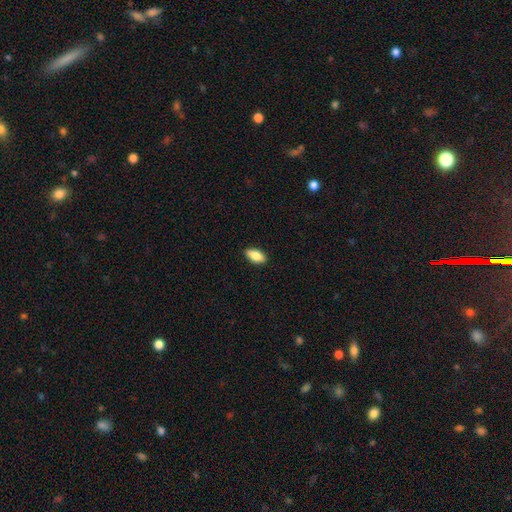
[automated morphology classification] type=smooth (81%); roundness=in between (87%); merging=none (88%).